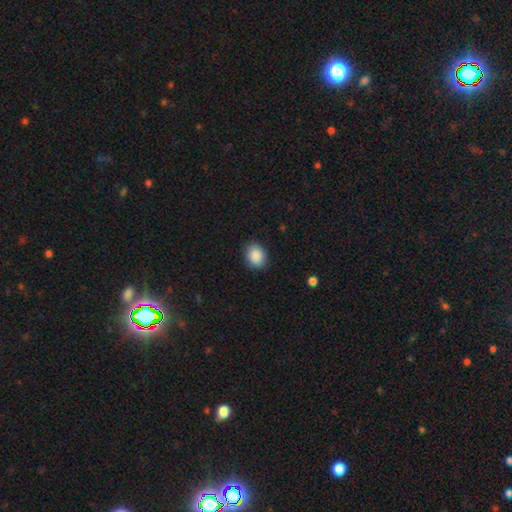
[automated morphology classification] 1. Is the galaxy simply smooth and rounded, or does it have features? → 89% smooth, 8% star or artifact, 3% featured or disk.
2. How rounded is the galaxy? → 51% in between, 48% round, 1% cigar-shaped.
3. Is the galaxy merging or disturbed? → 88% none, 9% minor disturbance, 2% major disturbance, 1% merger.